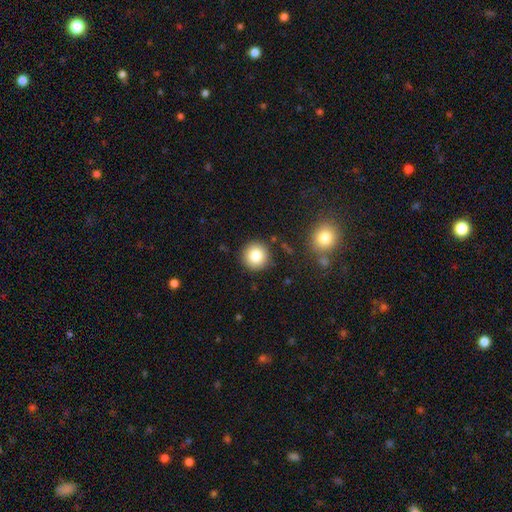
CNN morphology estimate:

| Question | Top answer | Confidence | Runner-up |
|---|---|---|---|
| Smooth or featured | smooth | 81% | star or artifact (10%) |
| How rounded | round | 95% | in between (4%) |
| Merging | none | 89% | minor disturbance (7%) |